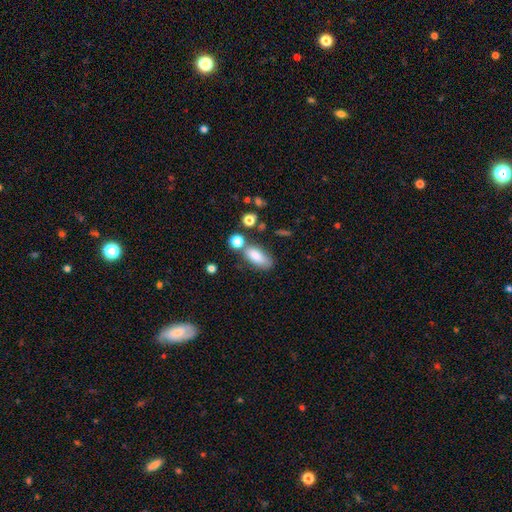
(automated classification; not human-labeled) Smooth or featured? smooth (82%)
How rounded? in between (81%)
Merging? none (58%)